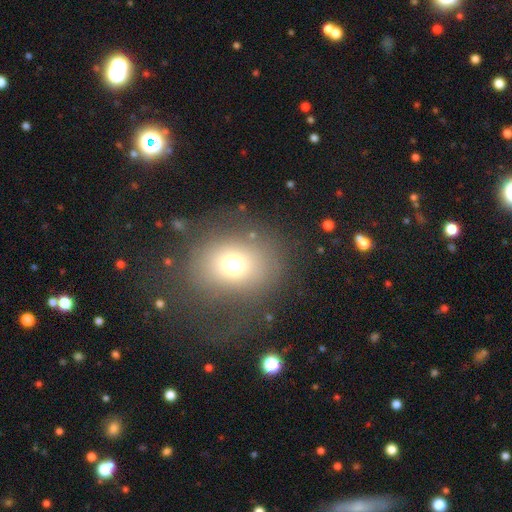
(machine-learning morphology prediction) A smooth galaxy with no disk features (64%) that is round (65%).

Vote fractions:
- Smooth or featured? smooth: 64% / star or artifact: 20% / featured or disk: 16%
- How rounded? round: 65% / in between: 34% / cigar-shaped: 1%
- Merging? none: 67% / minor disturbance: 16% / major disturbance: 15% / merger: 3%